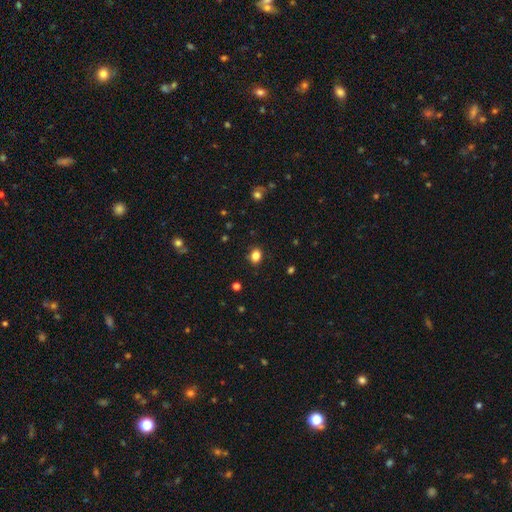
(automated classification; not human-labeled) smooth-or-featured: smooth: 84% | star or artifact: 11% | featured or disk: 5%
  how-rounded: in between: 56% | round: 43% | cigar-shaped: 1%
  merging: none: 84% | minor disturbance: 11% | major disturbance: 3% | merger: 1%